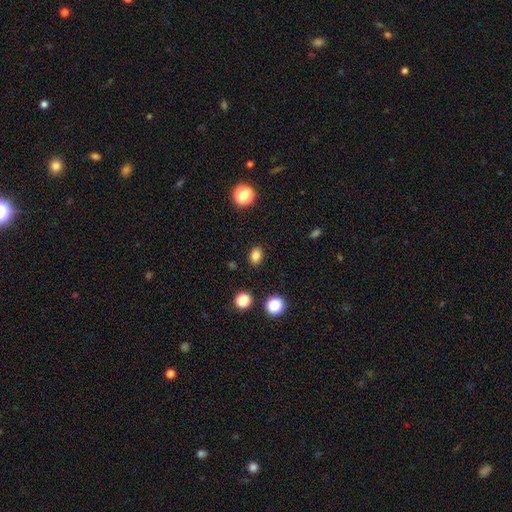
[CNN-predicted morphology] Smooth or featured?
  - smooth: 82% *
  - star or artifact: 12%
  - featured or disk: 5%
How rounded?
  - in between: 60% *
  - round: 39%
  - cigar-shaped: 1%
Merging?
  - none: 87% *
  - minor disturbance: 9%
  - major disturbance: 3%
  - merger: 2%